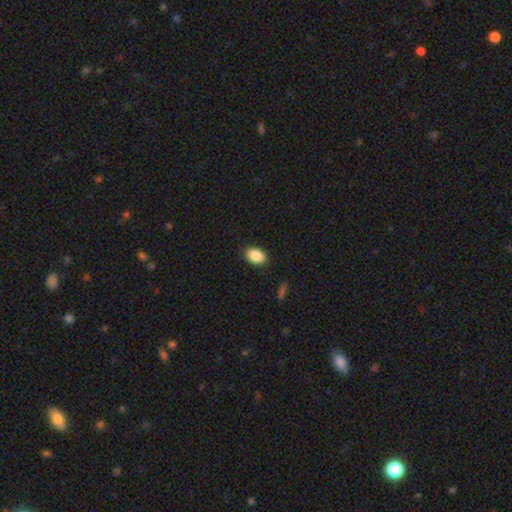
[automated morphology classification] Q: Smooth or featured?
A: smooth (88%); runner-up: star or artifact (7%)
Q: How rounded?
A: in between (87%); runner-up: round (12%)
Q: Merging?
A: none (89%); runner-up: minor disturbance (8%)